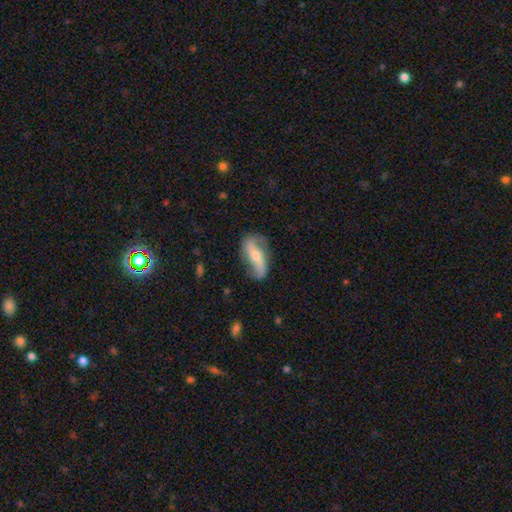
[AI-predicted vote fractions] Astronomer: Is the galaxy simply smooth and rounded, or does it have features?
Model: featured or disk — 72%.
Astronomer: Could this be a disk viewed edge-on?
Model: no — 84%.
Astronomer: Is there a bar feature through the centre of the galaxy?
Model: strong — 46% (runner-up: no, 30%).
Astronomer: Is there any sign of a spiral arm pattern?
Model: yes — 86%.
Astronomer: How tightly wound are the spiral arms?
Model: loose — 75%.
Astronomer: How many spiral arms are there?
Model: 2 — 89%.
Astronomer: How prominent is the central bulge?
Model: small — 47% (runner-up: moderate, 46%).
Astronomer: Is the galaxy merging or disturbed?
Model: none — 74%.